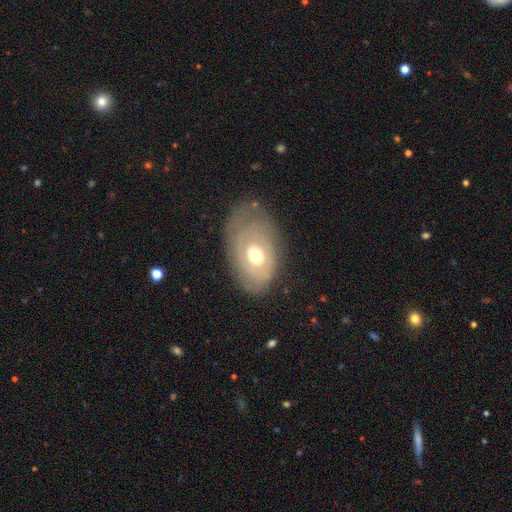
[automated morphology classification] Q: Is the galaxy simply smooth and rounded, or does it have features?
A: featured or disk — 48%.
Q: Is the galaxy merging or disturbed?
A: none — 63%.